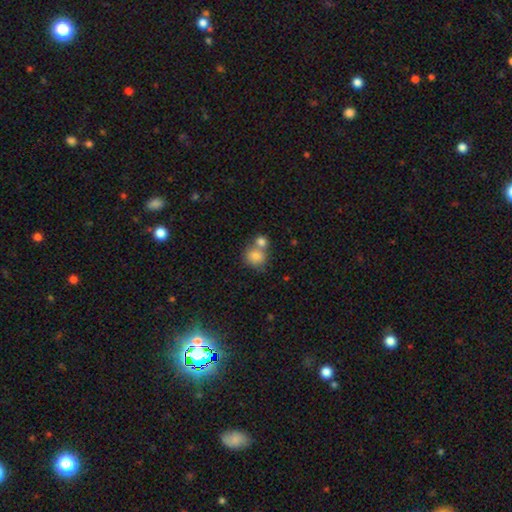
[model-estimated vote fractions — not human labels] smooth 82%, featured or disk 9%, star or artifact 9%. Down the decision tree: how rounded — round (78%); merging — merger (48%).